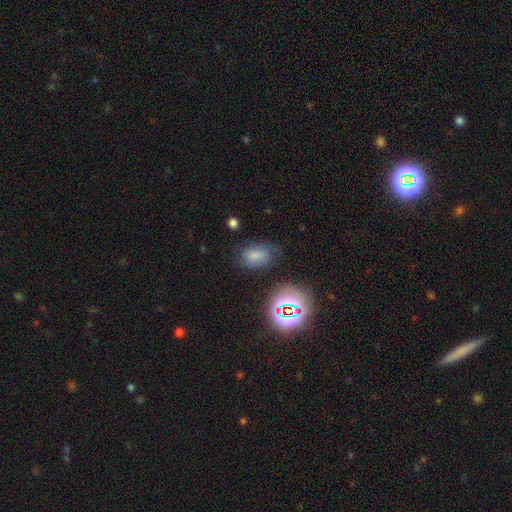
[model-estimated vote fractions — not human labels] Morphology: type=smooth (72%); roundness=in between (85%); merging=none (69%).